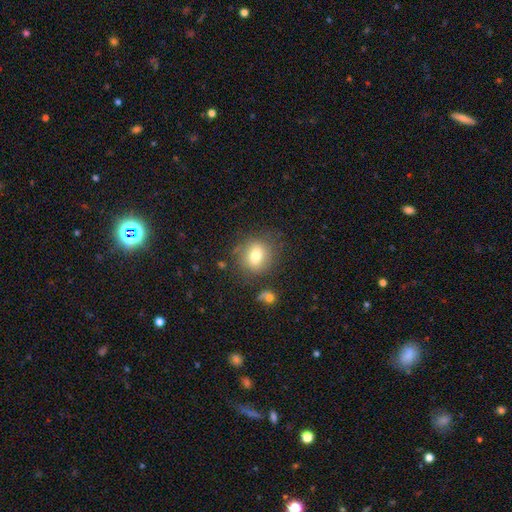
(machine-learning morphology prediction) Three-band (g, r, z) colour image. It shows a smooth galaxy with no disk features (76%) that is round (70%). Merging: none (75%).